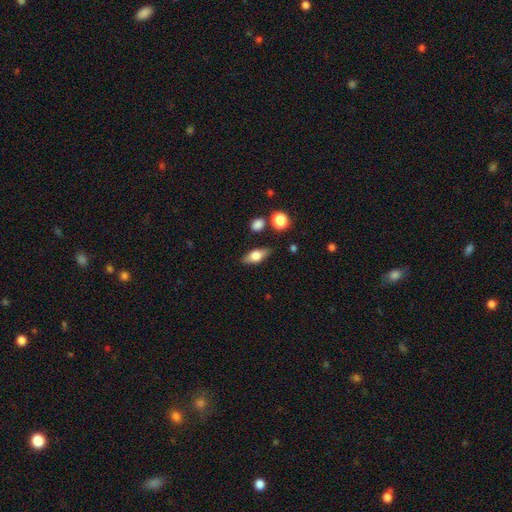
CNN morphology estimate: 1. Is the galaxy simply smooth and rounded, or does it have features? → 63% smooth, 29% featured or disk, 8% star or artifact.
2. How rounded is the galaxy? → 77% in between, 16% cigar-shaped, 7% round.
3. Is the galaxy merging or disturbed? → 81% none, 13% minor disturbance, 3% major disturbance, 3% merger.